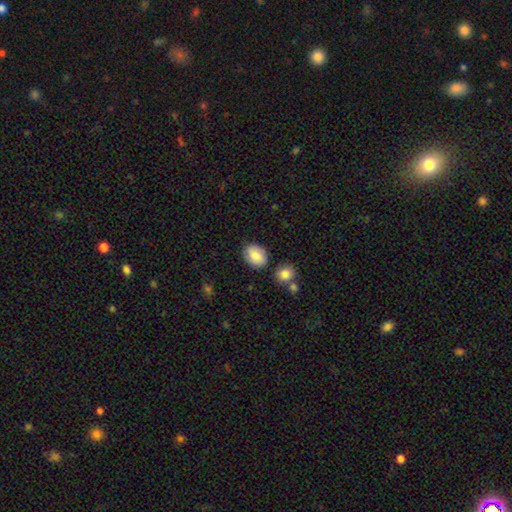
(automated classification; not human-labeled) This is clearly a smooth galaxy (85%). How rounded: likely in between (65%). Merging: clearly none (81%).